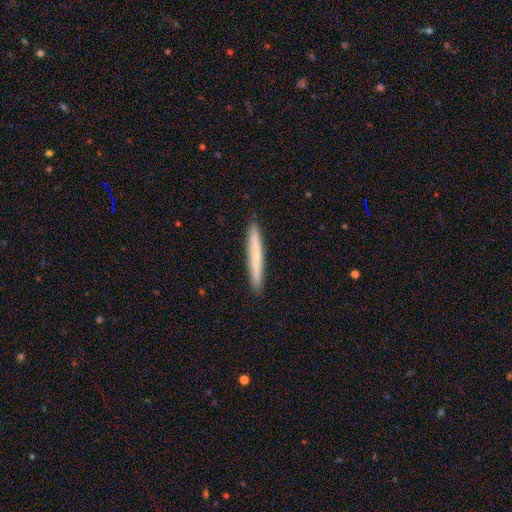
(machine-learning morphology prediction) This is possibly a smooth galaxy (58%). How rounded: clearly cigar-shaped (97%). Merging: clearly none (92%).